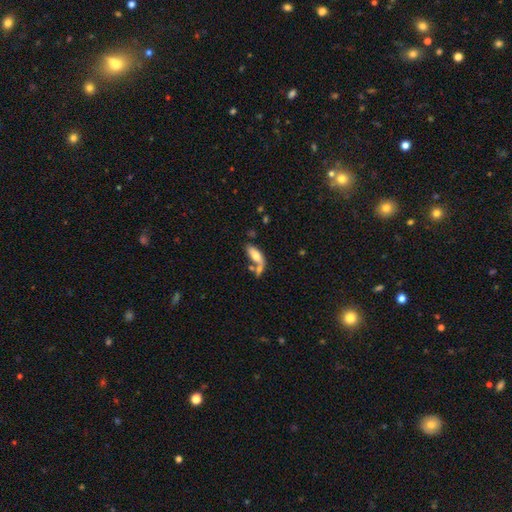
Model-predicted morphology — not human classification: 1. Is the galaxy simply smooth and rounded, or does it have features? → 69% smooth, 24% featured or disk, 7% star or artifact.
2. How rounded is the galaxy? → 72% in between, 26% cigar-shaped, 3% round.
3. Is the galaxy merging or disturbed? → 43% merger, 35% none, 14% minor disturbance, 8% major disturbance.